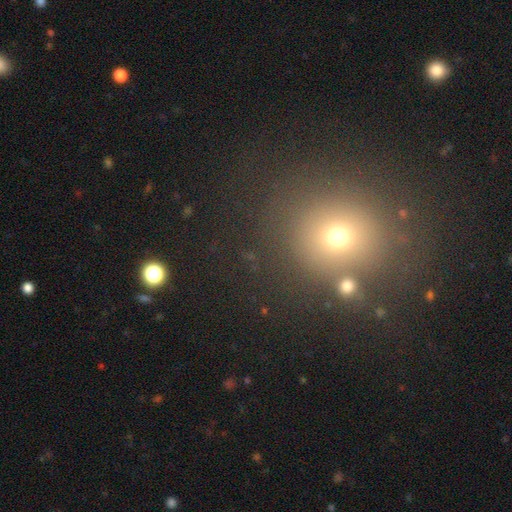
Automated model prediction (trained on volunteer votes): smooth_or_featured: smooth (p=0.60) [alt: star or artifact p=0.30]
how_rounded: round (p=0.85) [alt: in between p=0.14]
merging: none (p=0.83) [alt: minor disturbance p=0.08]